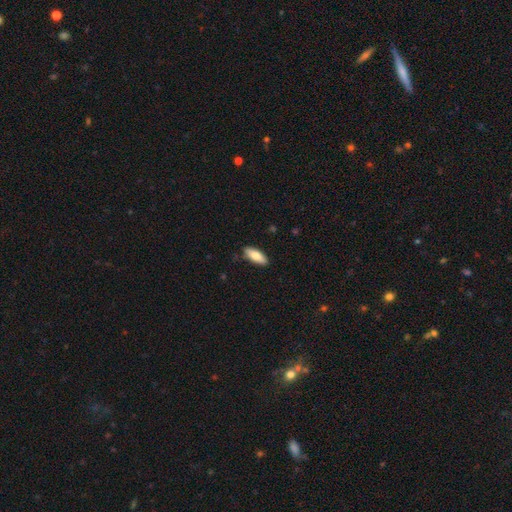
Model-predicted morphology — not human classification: A smooth galaxy with no disk features (80%) that is in between round and cigar-shaped (75%). Merging: none (86%).